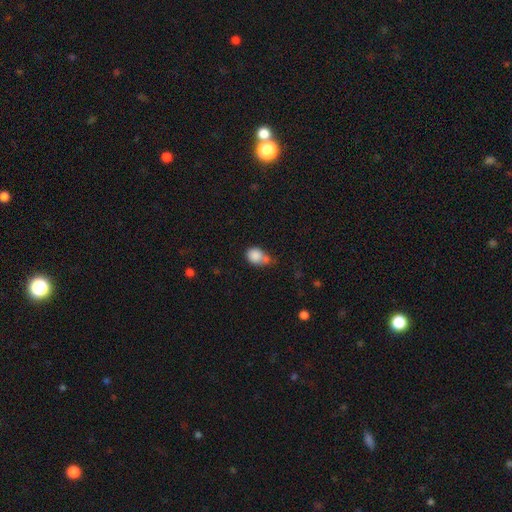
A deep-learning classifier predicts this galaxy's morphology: Smooth or featured: smooth — 84% (star or artifact — 9%)
How rounded: in between — 56% (round — 43%)
Merging: none — 36% (minor disturbance — 32%)